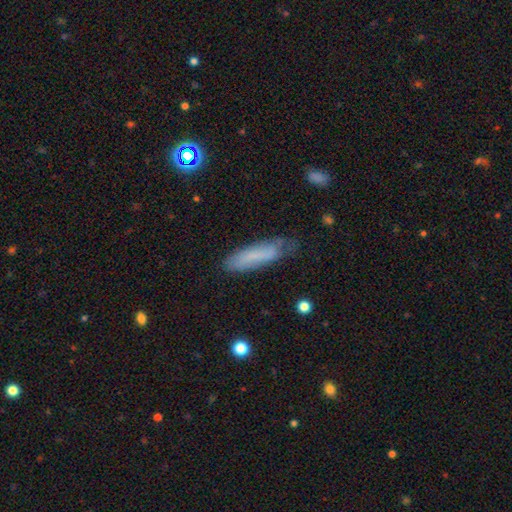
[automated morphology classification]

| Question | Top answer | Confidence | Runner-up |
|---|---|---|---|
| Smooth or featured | smooth | 70% | featured or disk (22%) |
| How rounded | cigar-shaped | 70% | in between (29%) |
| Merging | none | 59% | minor disturbance (29%) |